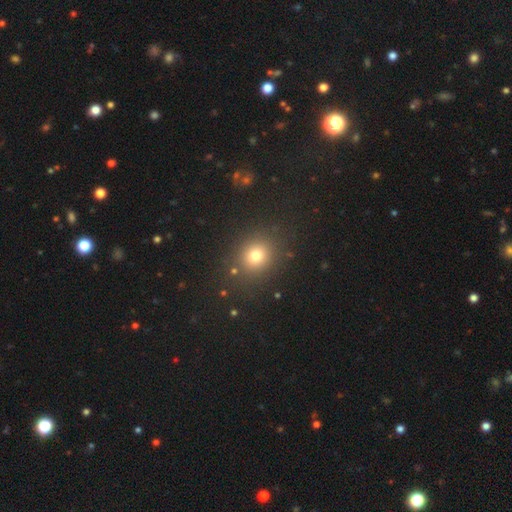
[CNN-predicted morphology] smooth-or-featured: smooth: 76% | star or artifact: 17% | featured or disk: 8%
  how-rounded: round: 75% | in between: 24% | cigar-shaped: 1%
  merging: none: 85% | minor disturbance: 8% | major disturbance: 4% | merger: 3%